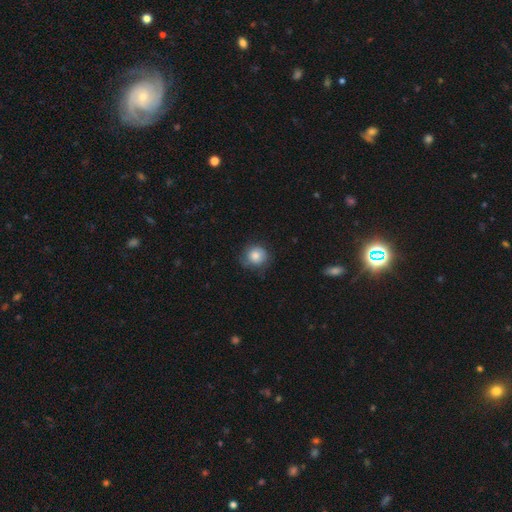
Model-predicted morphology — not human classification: A smooth galaxy with no disk features (81%) that is round (88%).

Vote fractions:
- Smooth or featured? smooth: 81% / featured or disk: 10% / star or artifact: 9%
- How rounded? round: 88% / in between: 11% / cigar-shaped: 1%
- Merging? none: 70% / minor disturbance: 23% / major disturbance: 6% / merger: 1%